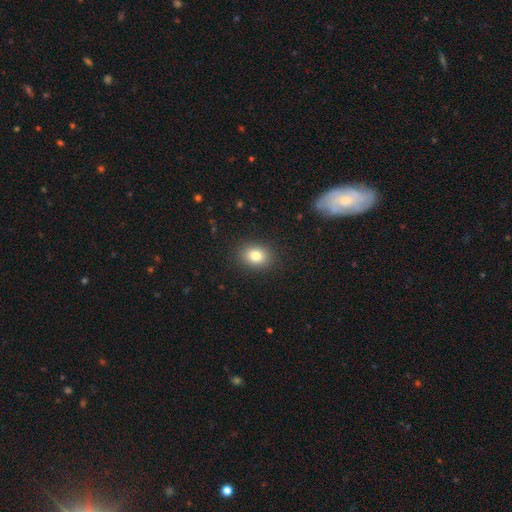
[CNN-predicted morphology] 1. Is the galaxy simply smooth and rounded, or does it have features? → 82% smooth, 10% star or artifact, 8% featured or disk.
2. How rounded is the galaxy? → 57% in between, 42% round, 1% cigar-shaped.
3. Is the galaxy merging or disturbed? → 89% none, 8% minor disturbance, 3% major disturbance, 1% merger.